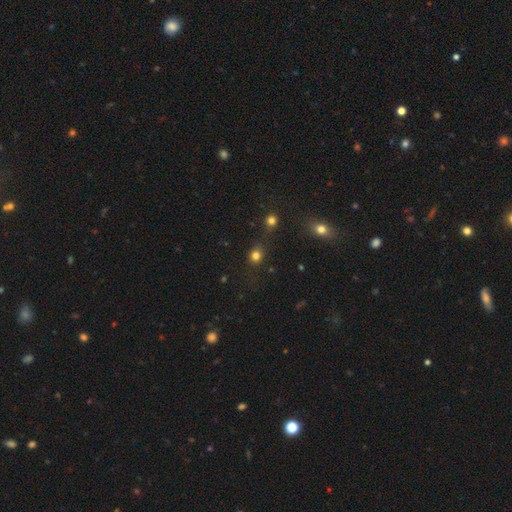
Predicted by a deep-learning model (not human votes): smooth 78%, star or artifact 17%, featured or disk 6%. Down the decision tree: how rounded — round (78%); merging — none (73%).